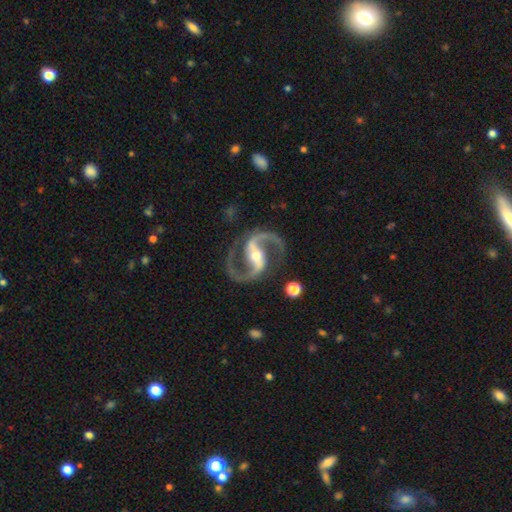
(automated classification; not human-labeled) Morphology: type=featured or disk (94%); edge-on=no (98%); bar=strong (63%); spiral arms=yes (98%); winding=medium (68%); arm count=2 (95%); bulge=moderate (57%); merging=none (84%).